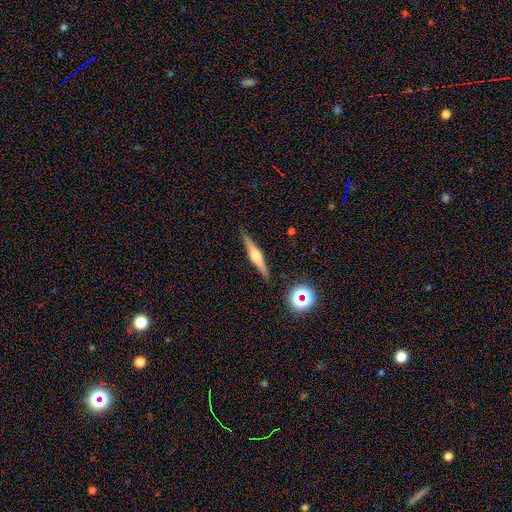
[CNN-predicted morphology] Overall: featured or disk (68%). Edge-on disk: yes (97%). Edge-on bulge: rounded (79%). Merging: none (90%).